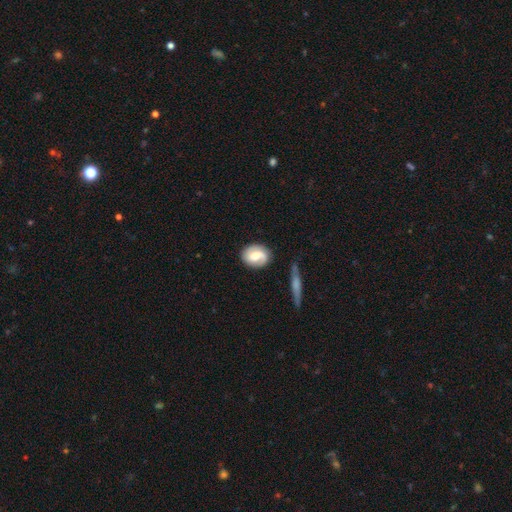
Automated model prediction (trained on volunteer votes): Q: Smooth or featured?
A: featured or disk (57%); runner-up: smooth (36%)
Q: Edge-on disk?
A: no (96%); runner-up: yes (4%)
Q: Bar?
A: weak (47%); runner-up: no (37%)
Q: Spiral arms?
A: yes (89%); runner-up: no (11%)
Q: Bulge size?
A: moderate (60%); runner-up: small (20%)
Q: Merging?
A: none (79%); runner-up: minor disturbance (15%)